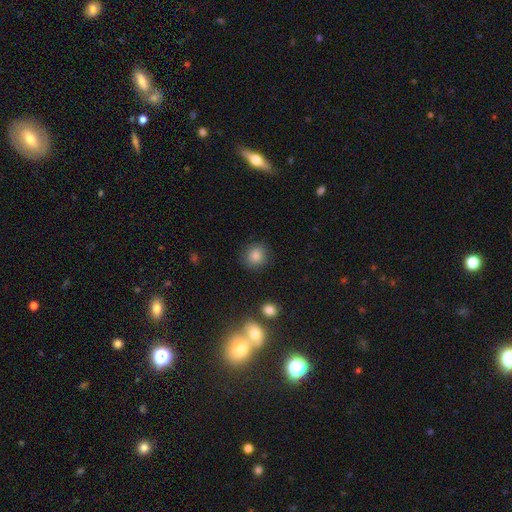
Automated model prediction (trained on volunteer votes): This appears to be a smooth galaxy with no disk features (84%) that is round (84%). Merging: none (87%).